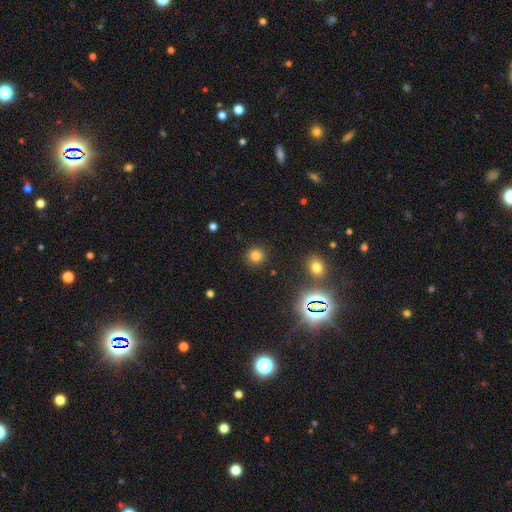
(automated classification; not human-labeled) smooth_or_featured: smooth (p=0.78) [alt: star or artifact p=0.17]
how_rounded: round (p=0.91) [alt: in between p=0.08]
merging: none (p=0.89) [alt: minor disturbance p=0.06]